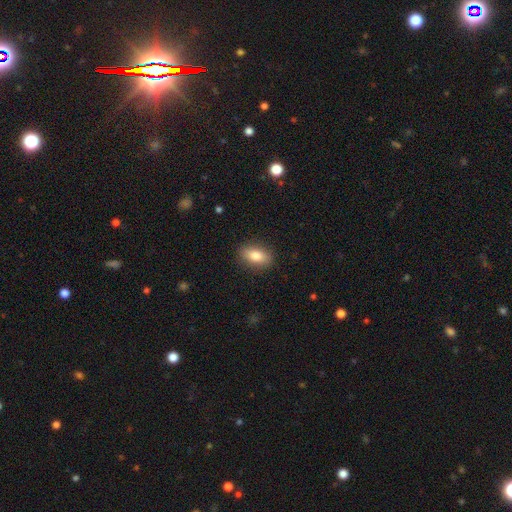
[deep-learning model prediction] A smooth galaxy with no disk features (83%) that is in between round and cigar-shaped (86%). Merging: none (88%).